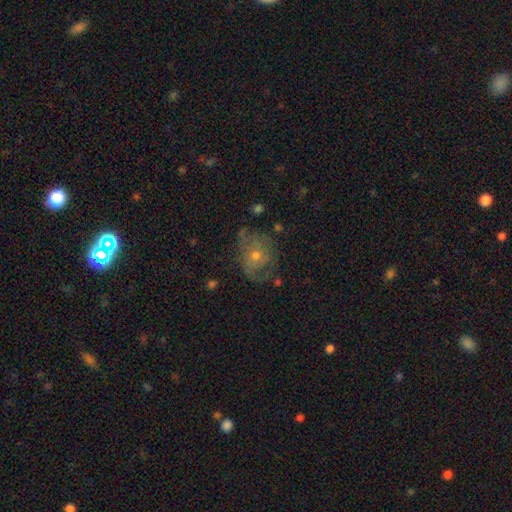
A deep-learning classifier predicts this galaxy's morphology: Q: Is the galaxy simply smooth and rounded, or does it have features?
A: featured or disk — 51%.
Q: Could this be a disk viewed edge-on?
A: no — 96%.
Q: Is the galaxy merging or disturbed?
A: none — 56%.